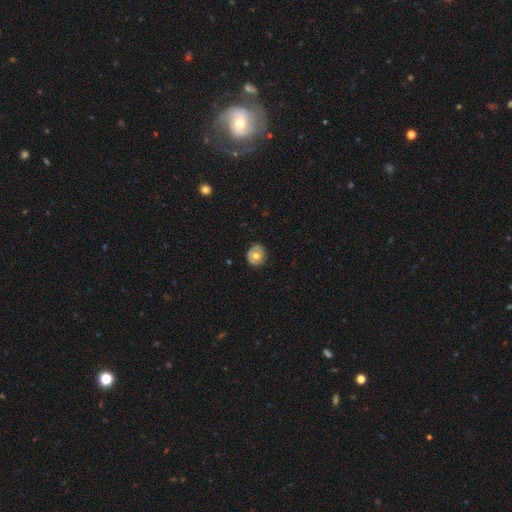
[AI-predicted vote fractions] This is possibly a smooth galaxy (55%). How rounded: clearly round (85%). Merging: clearly none (82%).